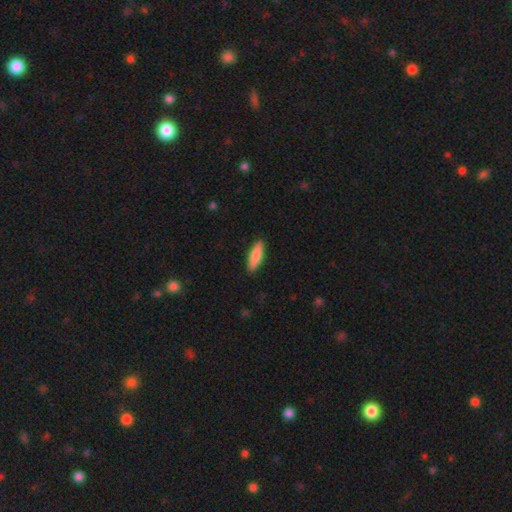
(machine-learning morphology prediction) type=smooth (84%); roundness=cigar-shaped (57%); merging=none (89%).